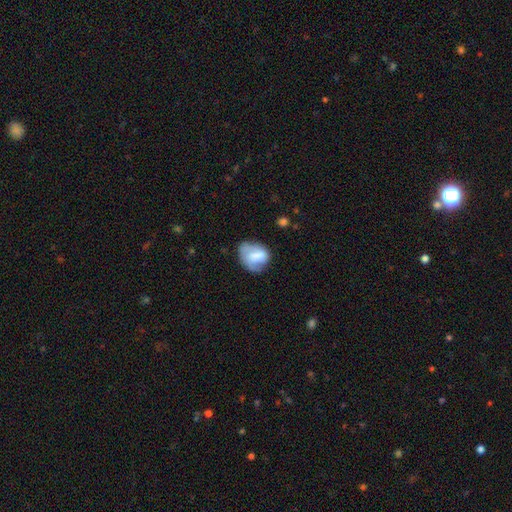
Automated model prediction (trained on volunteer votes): Morphology: type=smooth (63%); roundness=in between (55%); merging=none (45%).